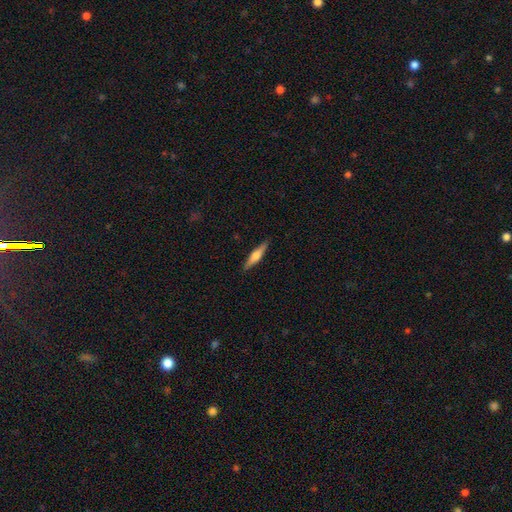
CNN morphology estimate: A featured or disk galaxy (51%) viewed edge-on (96%).

Vote fractions:
- Smooth or featured? featured or disk: 51% / smooth: 44% / star or artifact: 6%
- Edge-on disk? yes: 96% / no: 4%
- Merging? none: 90% / minor disturbance: 7% / major disturbance: 2% / merger: 1%